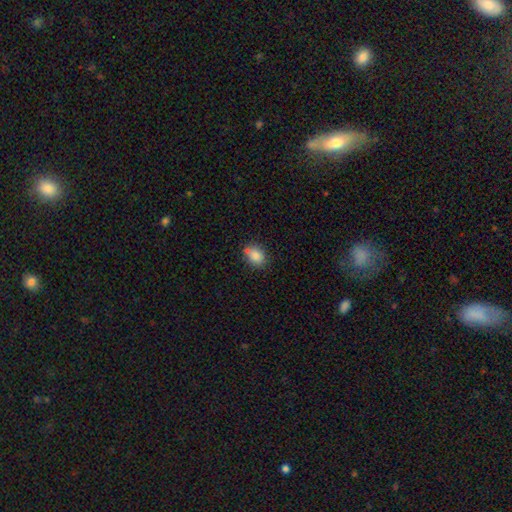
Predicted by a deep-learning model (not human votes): Q: Smooth or featured?
A: smooth (84%); runner-up: star or artifact (9%)
Q: How rounded?
A: in between (63%); runner-up: round (36%)
Q: Merging?
A: none (67%); runner-up: minor disturbance (17%)